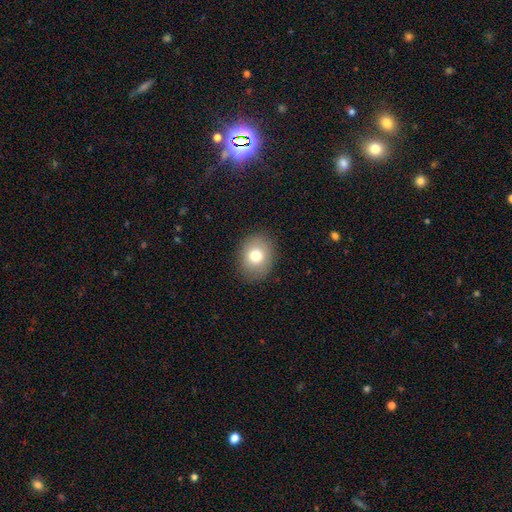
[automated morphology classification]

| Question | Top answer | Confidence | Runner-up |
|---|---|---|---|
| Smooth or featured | smooth | 77% | featured or disk (13%) |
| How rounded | round | 56% | in between (43%) |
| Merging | none | 87% | minor disturbance (9%) |